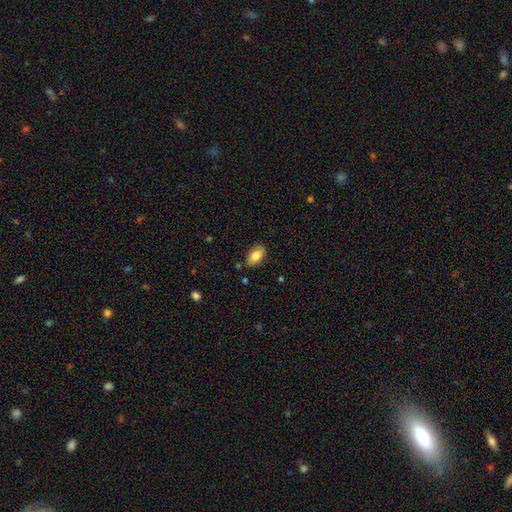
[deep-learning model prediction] Smooth or featured? smooth (79%)
How rounded? in between (92%)
Merging? none (84%)